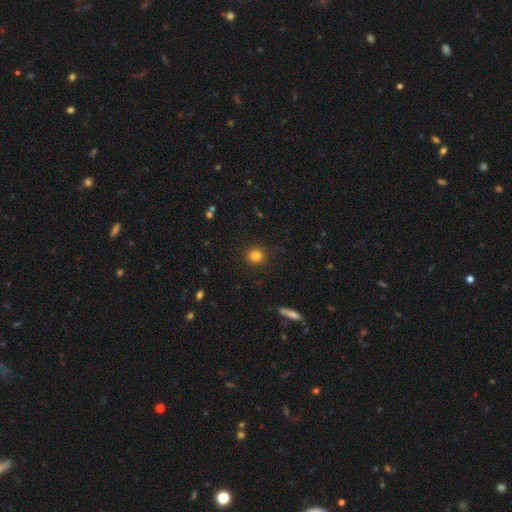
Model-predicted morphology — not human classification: A smooth galaxy with no disk features (82%) that is round (92%).

Vote fractions:
- Smooth or featured? smooth: 82% / star or artifact: 12% / featured or disk: 6%
- How rounded? round: 92% / in between: 7% / cigar-shaped: 1%
- Merging? none: 91% / minor disturbance: 6% / major disturbance: 2% / merger: 1%